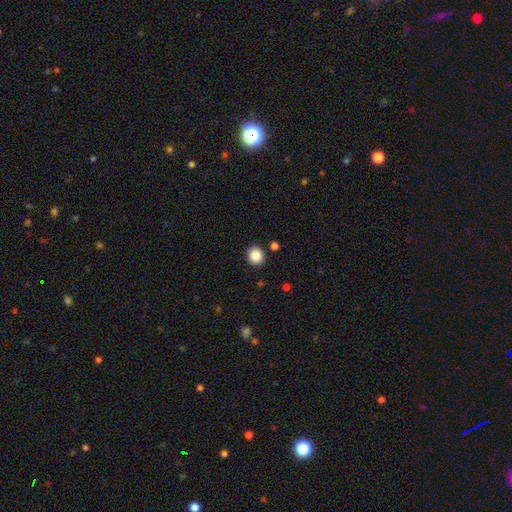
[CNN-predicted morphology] type=smooth (87%); roundness=round (89%); merging=none (90%).